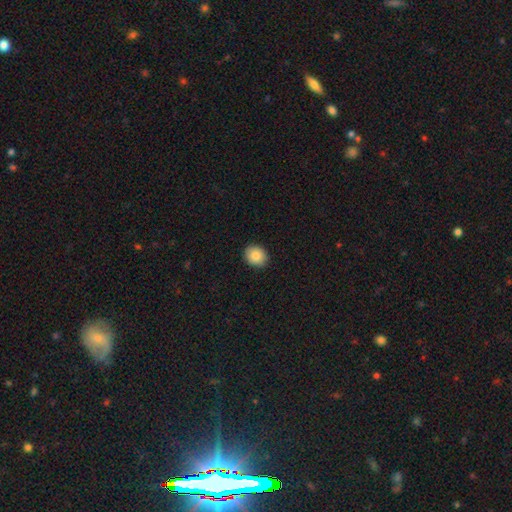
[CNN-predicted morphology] A smooth galaxy with no disk features (87%) that is round (60%).

Vote fractions:
- Smooth or featured? smooth: 87% / star or artifact: 8% / featured or disk: 4%
- How rounded? round: 60% / in between: 39% / cigar-shaped: 1%
- Merging? none: 90% / minor disturbance: 7% / major disturbance: 2% / merger: 1%